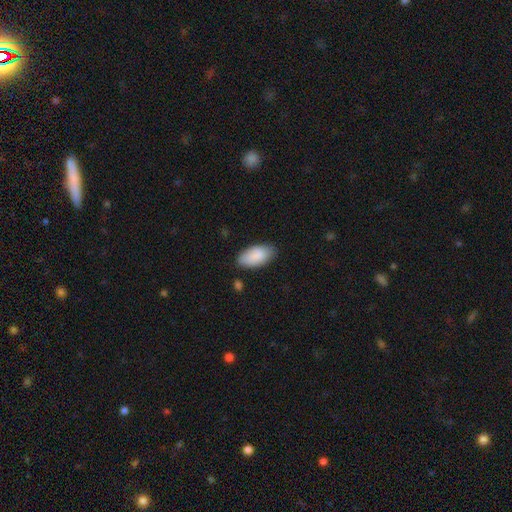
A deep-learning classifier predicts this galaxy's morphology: Overall: smooth (89%). How rounded: in between (95%). Merging: none (79%).